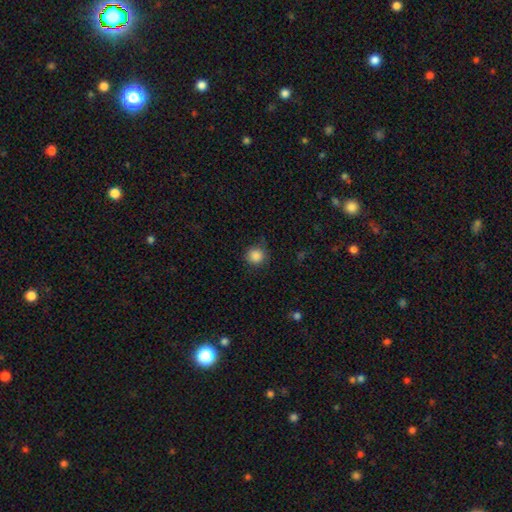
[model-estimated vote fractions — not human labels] Smooth or featured? Predicted: smooth (p=0.87). How rounded? Predicted: round (p=0.93). Merging? Predicted: none (p=0.81).